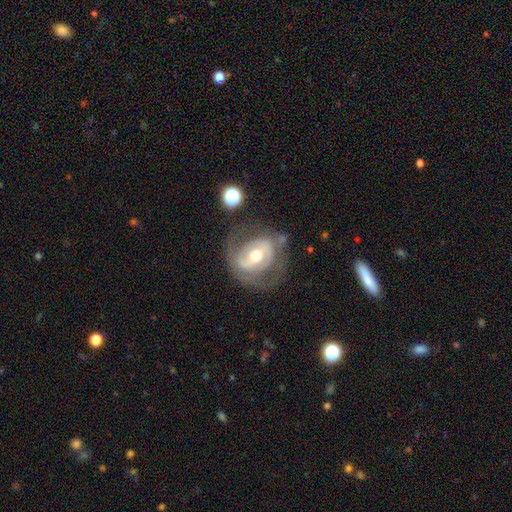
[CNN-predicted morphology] This appears to be a featured or disk galaxy (72%) with a weak bar (37%), spiral arms (63%) and a moderate central bulge (68%). Merging: none (58%).